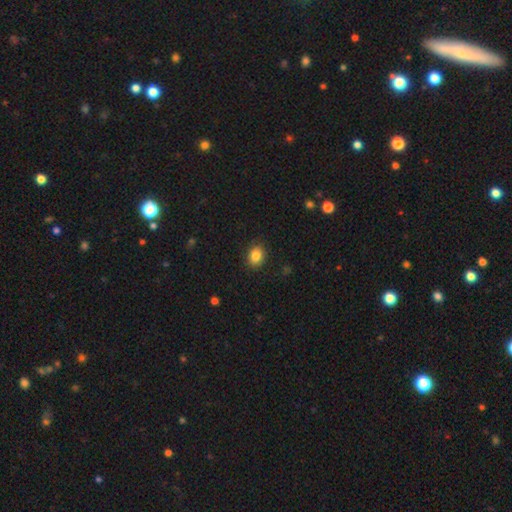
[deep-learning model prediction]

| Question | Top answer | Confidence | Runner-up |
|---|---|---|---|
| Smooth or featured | smooth | 84% | star or artifact (9%) |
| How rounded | in between | 51% | round (48%) |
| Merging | none | 88% | minor disturbance (9%) |